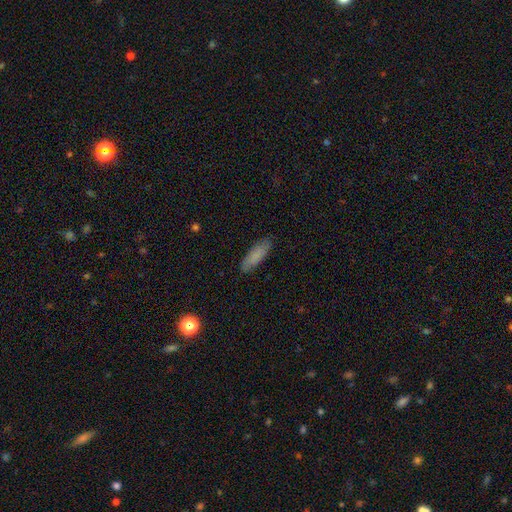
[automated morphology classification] Q: Smooth or featured?
A: smooth (81%); runner-up: featured or disk (13%)
Q: How rounded?
A: cigar-shaped (53%); runner-up: in between (46%)
Q: Merging?
A: none (85%); runner-up: minor disturbance (12%)